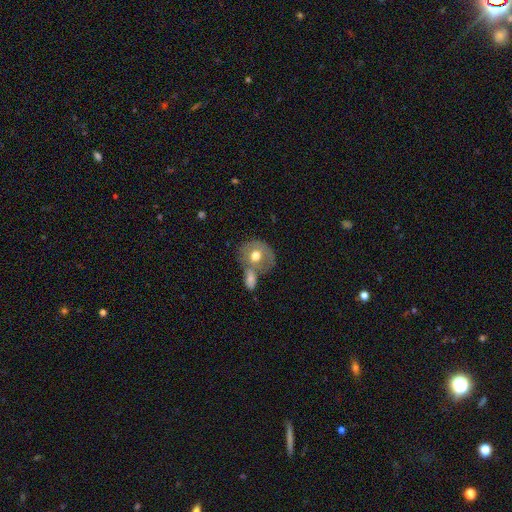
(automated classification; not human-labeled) The model was most divided on "merging": merger: 42%, none: 37%, minor disturbance: 14%, major disturbance: 8%. More confident: how rounded — round (64%); smooth or featured — smooth (61%).